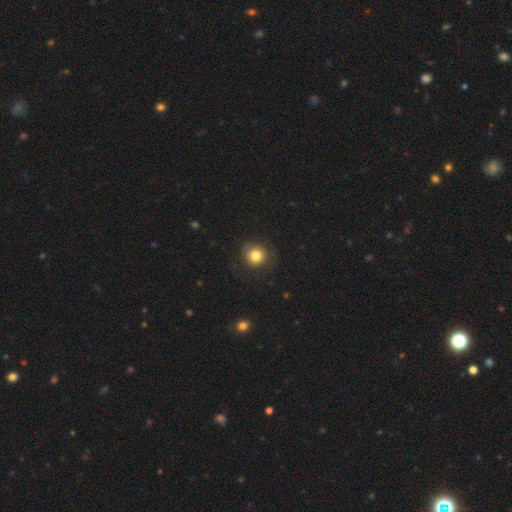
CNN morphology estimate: This is likely a smooth galaxy (78%). How rounded: clearly round (90%). Merging: likely none (79%).